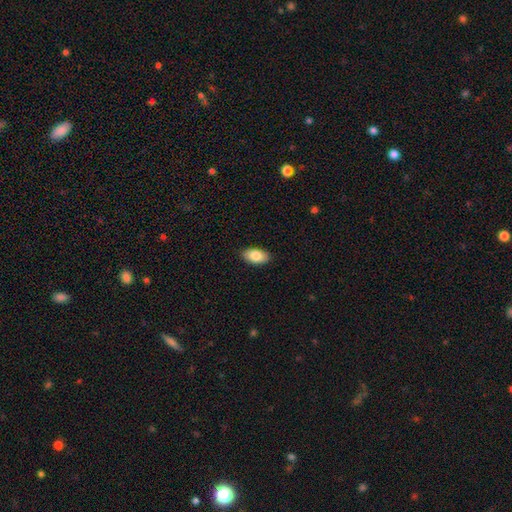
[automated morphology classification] This is clearly a smooth galaxy (85%). How rounded: clearly in between (94%). Merging: clearly none (89%).